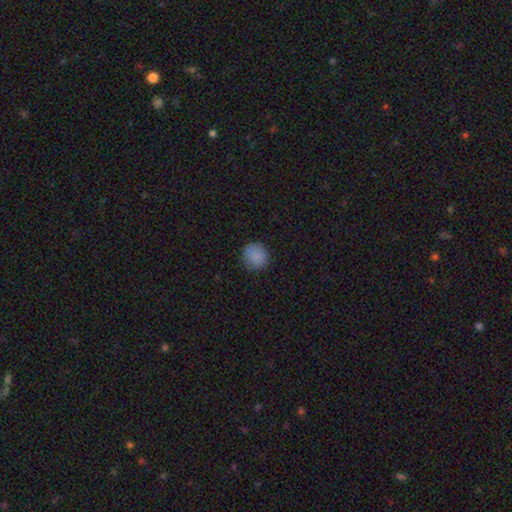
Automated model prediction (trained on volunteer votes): A smooth galaxy with no disk features (86%) that is round (91%).

Vote fractions:
- Smooth or featured? smooth: 86% / star or artifact: 9% / featured or disk: 5%
- How rounded? round: 91% / in between: 8% / cigar-shaped: 1%
- Merging? none: 86% / minor disturbance: 10% / major disturbance: 3% / merger: 1%